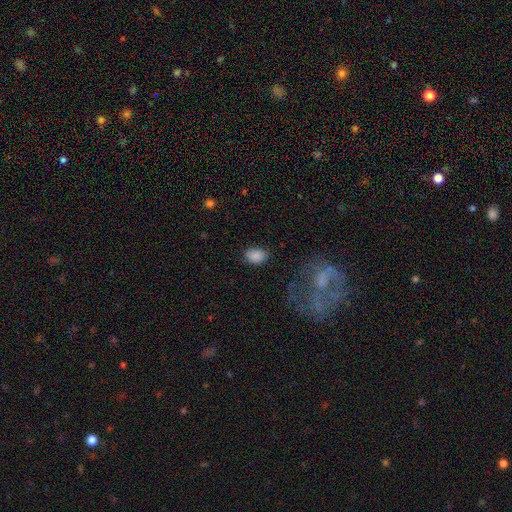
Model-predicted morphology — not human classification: Smooth or featured? smooth (87%)
How rounded? in between (72%)
Merging? none (79%)